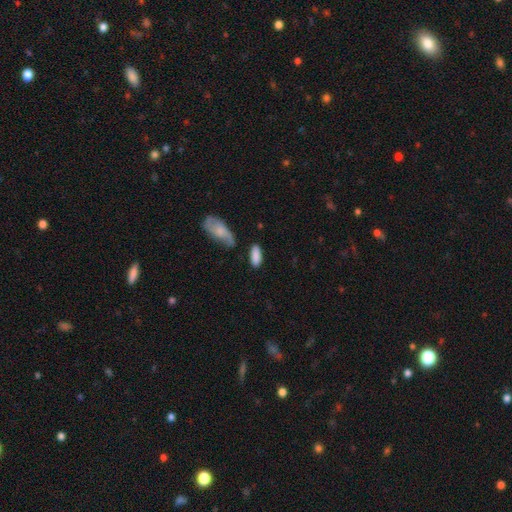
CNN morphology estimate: Smooth or featured? Predicted: smooth (p=0.86). How rounded? Predicted: in between (p=0.84). Merging? Predicted: none (p=0.71).